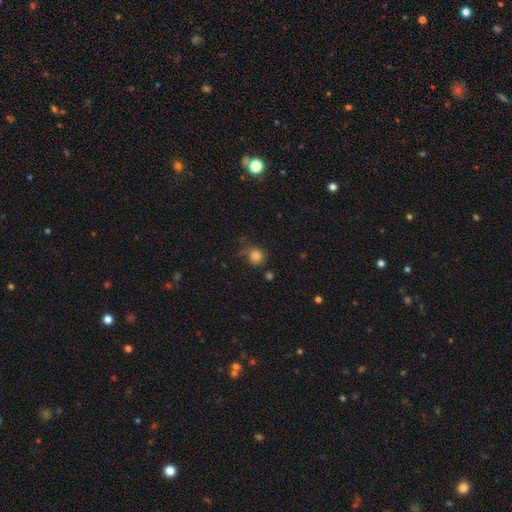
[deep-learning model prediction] A smooth galaxy with no disk features (83%) that is round (86%). Merging: none (61%).